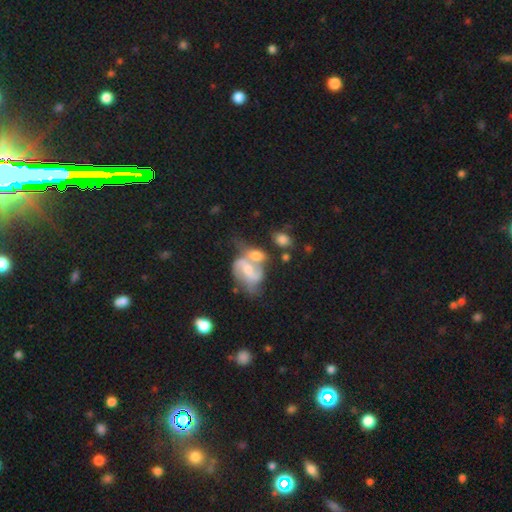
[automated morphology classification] Smooth or featured? featured or disk (64%)
Edge-on disk? no (96%)
Bar? weak (41%)
Spiral arms? yes (82%)
Spiral winding? loose (44%)
Spiral arm count? 2 (84%)
Bulge size? moderate (47%)
Merging? merger (51%)